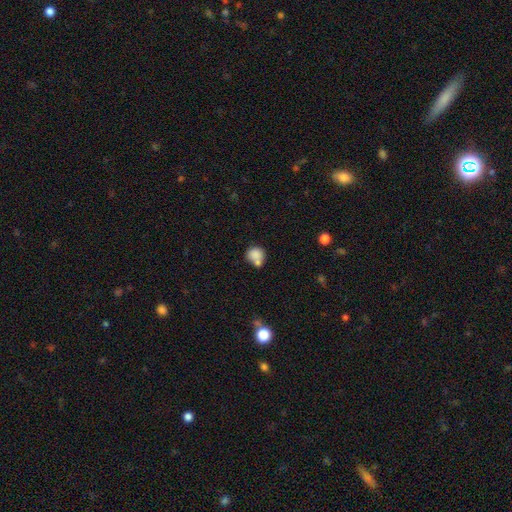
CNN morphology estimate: Smooth or featured?
  - smooth: 82% *
  - star or artifact: 10%
  - featured or disk: 9%
How rounded?
  - round: 80% *
  - in between: 19%
  - cigar-shaped: 1%
Merging?
  - none: 46% *
  - merger: 36%
  - minor disturbance: 13%
  - major disturbance: 5%